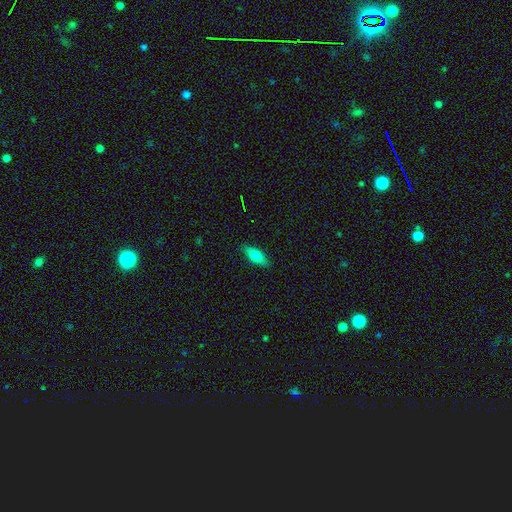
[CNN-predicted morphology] Smooth or featured: smooth — 67% (featured or disk — 26%)
How rounded: in between — 65% (cigar-shaped — 32%)
Merging: none — 87% (minor disturbance — 10%)